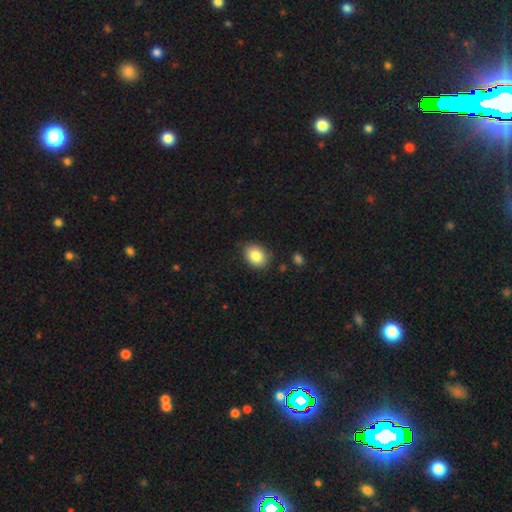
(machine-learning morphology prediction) smooth-or-featured: smooth: 86% | star or artifact: 8% | featured or disk: 6%
  how-rounded: in between: 68% | round: 31% | cigar-shaped: 1%
  merging: none: 83% | minor disturbance: 13% | major disturbance: 3% | merger: 2%